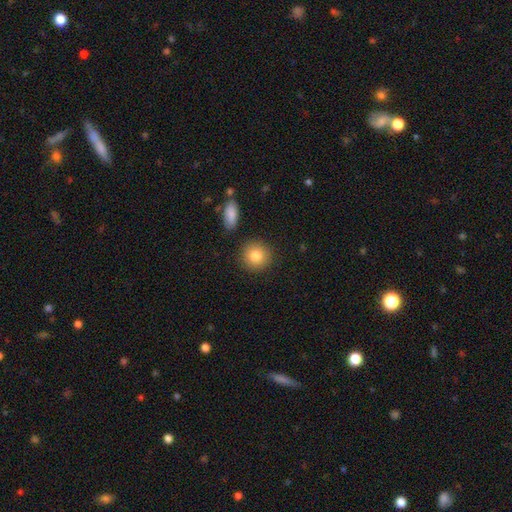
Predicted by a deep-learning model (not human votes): This is clearly a smooth galaxy (83%). How rounded: clearly round (90%). Merging: clearly none (87%).